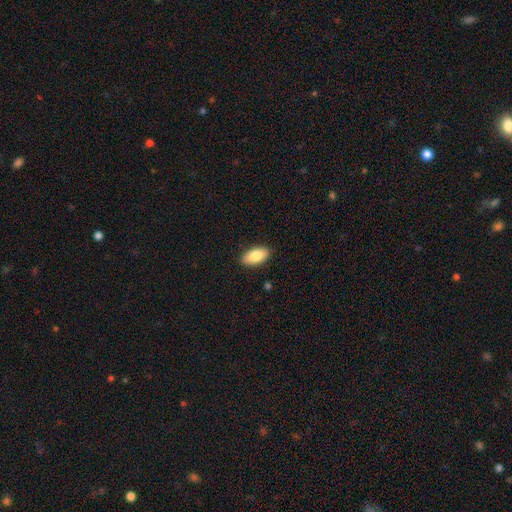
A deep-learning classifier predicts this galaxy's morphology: Overall: smooth (84%). How rounded: in between (94%). Merging: none (88%).